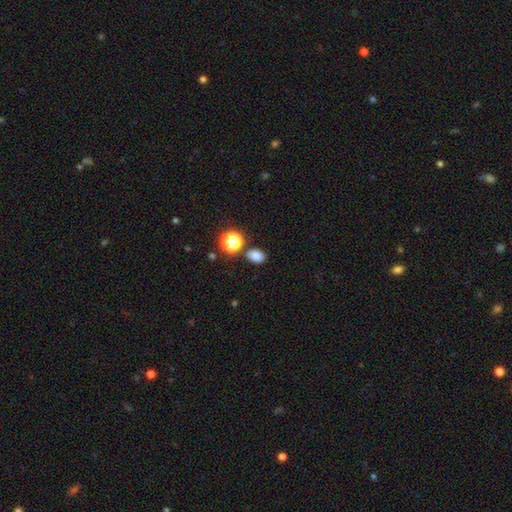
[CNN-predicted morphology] Smooth or featured? Predicted: smooth (p=0.79). How rounded? Predicted: in between (p=0.66). Merging? Predicted: none (p=0.80).